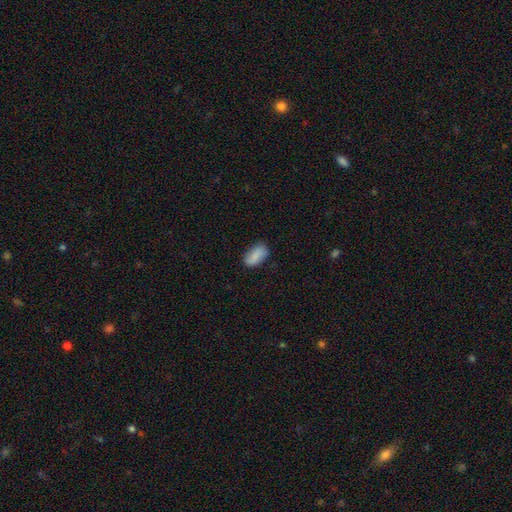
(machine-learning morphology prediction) Smooth or featured? smooth (82%)
How rounded? in between (92%)
Merging? none (79%)